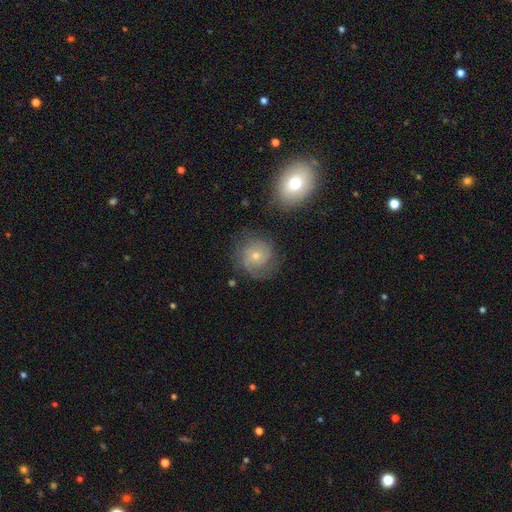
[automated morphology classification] type=featured or disk (65%); edge-on=no (98%); bar=no (77%); spiral arms=yes (90%); winding=tight (57%); arm count=2 (40%); bulge=small (66%); merging=none (75%).